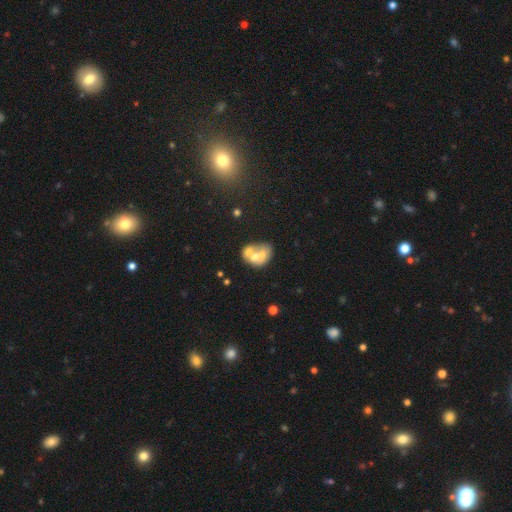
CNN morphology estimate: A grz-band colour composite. It shows a smooth galaxy with no disk features (49%). Merging: merger (69%).